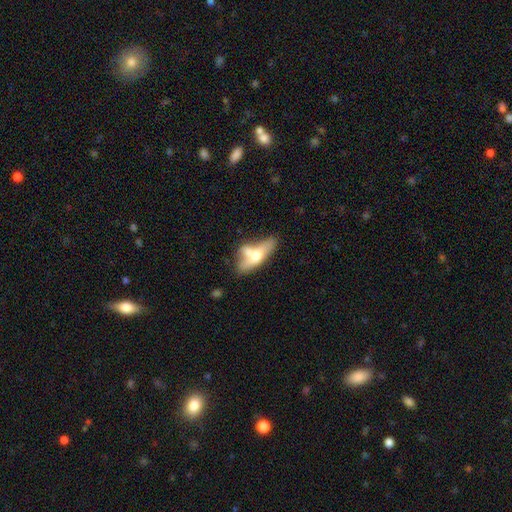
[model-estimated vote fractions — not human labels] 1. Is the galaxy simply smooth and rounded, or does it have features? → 51% smooth, 43% featured or disk, 7% star or artifact.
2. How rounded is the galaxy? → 59% in between, 36% cigar-shaped, 5% round.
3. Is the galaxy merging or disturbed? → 41% merger, 30% none, 16% minor disturbance, 12% major disturbance.